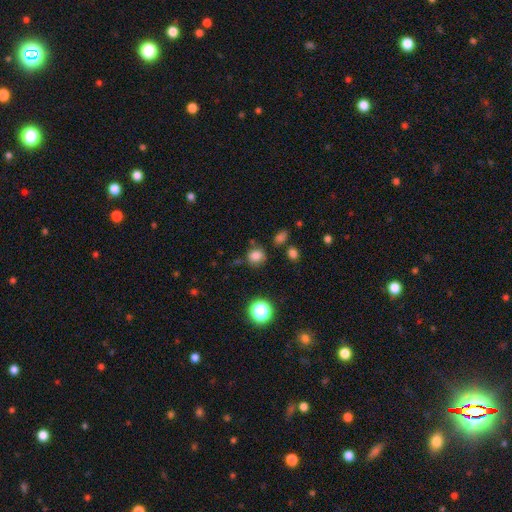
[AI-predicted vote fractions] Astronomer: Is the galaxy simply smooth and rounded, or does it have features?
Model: smooth — 79%.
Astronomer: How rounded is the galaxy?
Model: round — 80%.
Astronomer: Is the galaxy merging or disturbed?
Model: none — 75%.